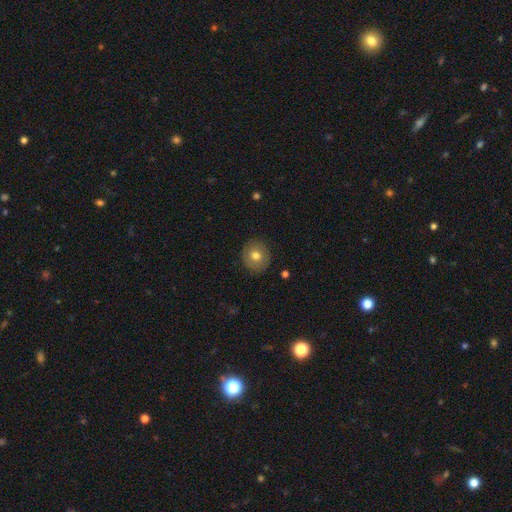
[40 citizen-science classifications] smooth 70%, featured or disk 22%, star or artifact 8%. Down the decision tree: how rounded — round (75%); merging — none (95%).